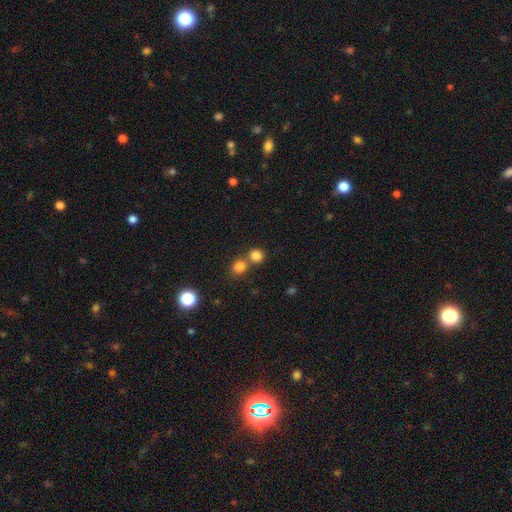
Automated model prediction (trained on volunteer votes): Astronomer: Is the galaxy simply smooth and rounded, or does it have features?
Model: smooth — 80%.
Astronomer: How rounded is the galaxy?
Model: round — 86%.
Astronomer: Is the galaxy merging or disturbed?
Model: none — 56% (runner-up: merger, 35%).